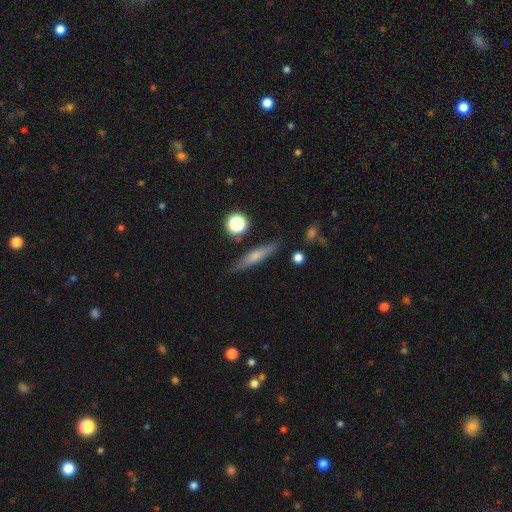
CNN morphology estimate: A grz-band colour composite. It shows a smooth galaxy with no disk features (53%) that is cigar-shaped (82%). Merging: none (83%).